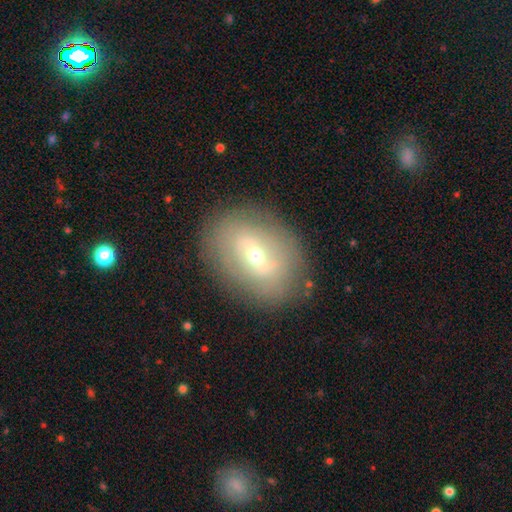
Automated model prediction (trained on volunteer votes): This appears to be a featured or disk galaxy (57%) with a weak bar (45%), no spiral arms (71%) and a moderate central bulge (51%). Merging: none (81%).